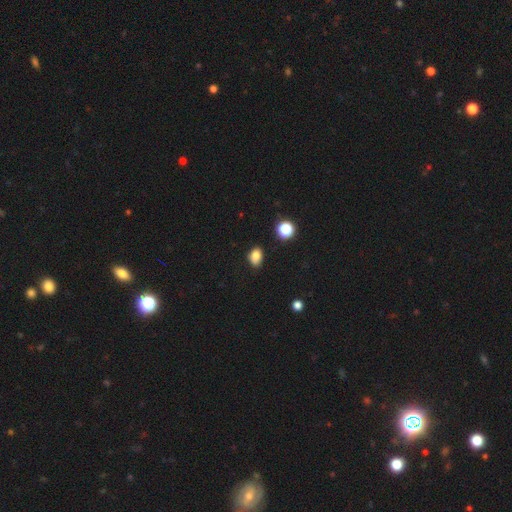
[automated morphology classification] Smooth or featured: smooth — 81% (star or artifact — 12%)
How rounded: in between — 76% (round — 22%)
Merging: none — 77% (minor disturbance — 18%)